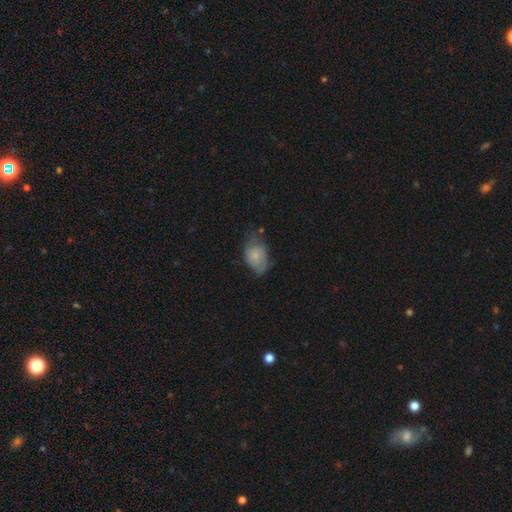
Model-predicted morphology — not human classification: The model was most divided on "merging": none: 42%, minor disturbance: 37%, major disturbance: 18%, merger: 2%. More confident: how rounded — in between (84%); smooth or featured — smooth (58%).